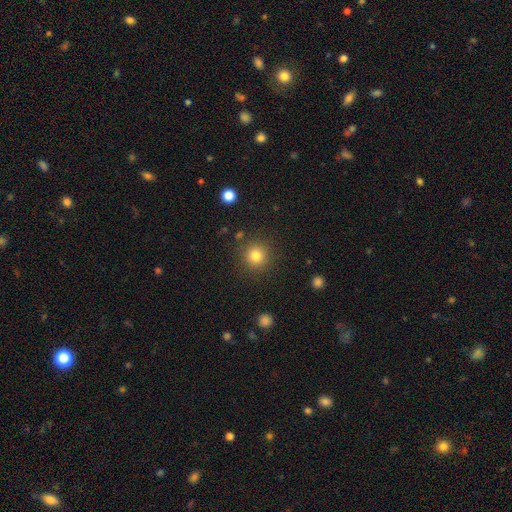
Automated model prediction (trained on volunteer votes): A smooth galaxy with no disk features (82%) that is round (94%). Merging: none (88%).